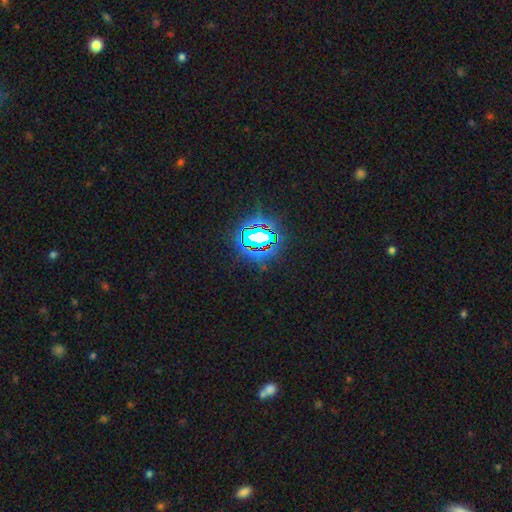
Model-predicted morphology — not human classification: Smooth or featured: star or artifact — 81% (smooth — 12%)